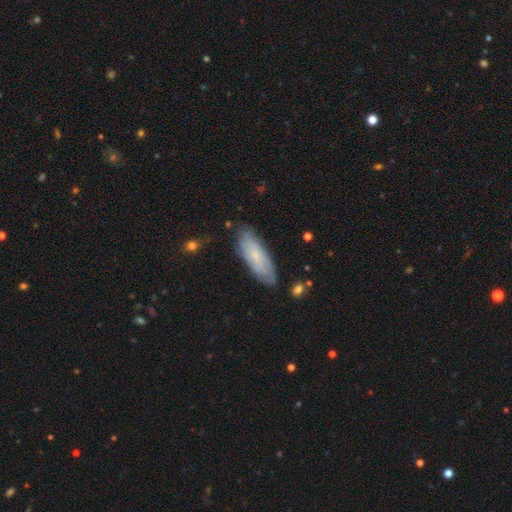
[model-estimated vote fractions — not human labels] A smooth galaxy with no disk features (56%) that is in between round and cigar-shaped (65%).

Vote fractions:
- Smooth or featured? smooth: 56% / featured or disk: 37% / star or artifact: 7%
- How rounded? in between: 65% / cigar-shaped: 33% / round: 2%
- Merging? none: 76% / minor disturbance: 18% / major disturbance: 4% / merger: 2%